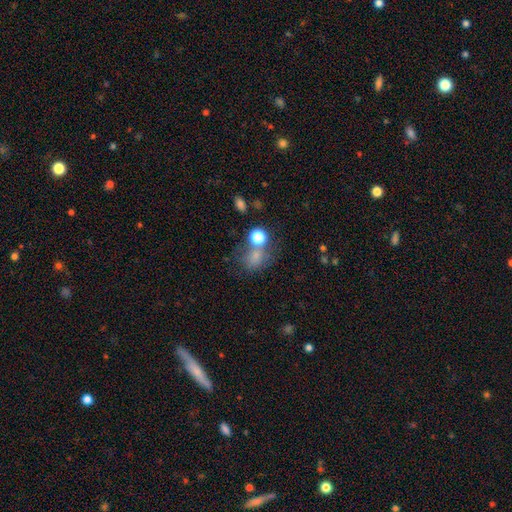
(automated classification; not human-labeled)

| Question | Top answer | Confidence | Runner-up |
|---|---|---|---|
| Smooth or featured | smooth | 68% | star or artifact (20%) |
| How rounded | round | 54% | in between (44%) |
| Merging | none | 44% | merger (25%) |